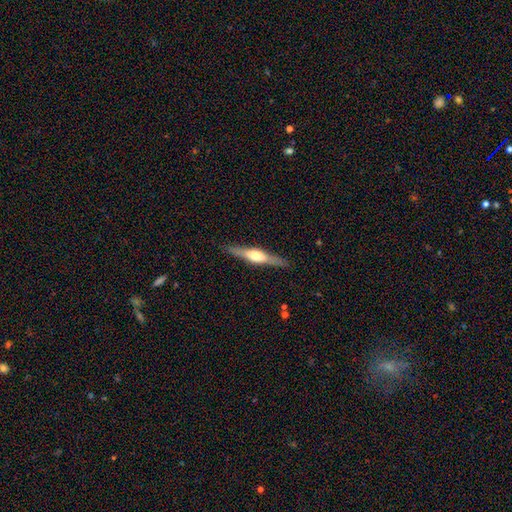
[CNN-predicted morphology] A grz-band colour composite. It shows a featured or disk galaxy (70%) viewed edge-on (97%) with a rounded central bulge (86%). Merging: none (89%).